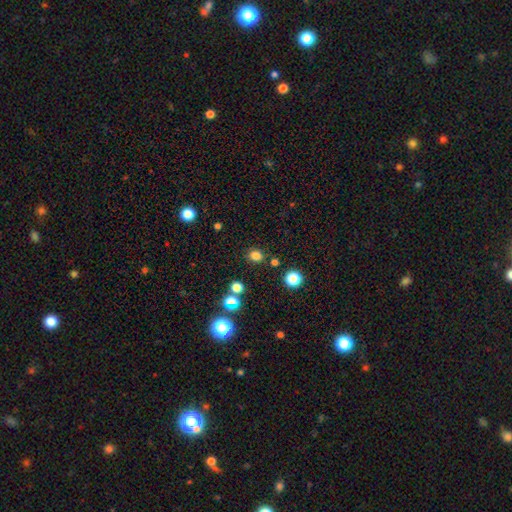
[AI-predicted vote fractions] smooth_or_featured: smooth (p=0.79) [alt: star or artifact p=0.17]
how_rounded: round (p=0.74) [alt: in between p=0.25]
merging: none (p=0.84) [alt: minor disturbance p=0.09]